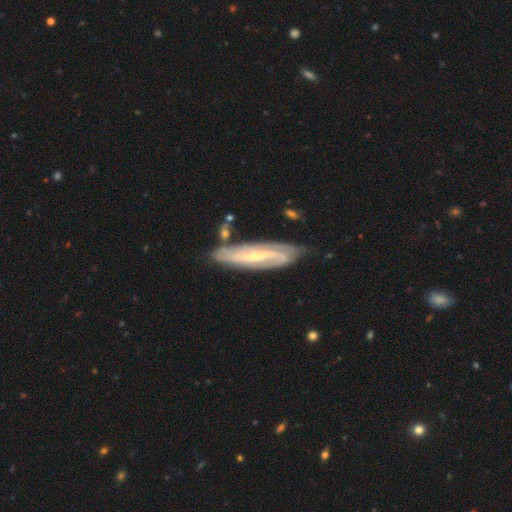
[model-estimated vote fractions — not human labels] Smooth or featured: featured or disk — 80% (smooth — 15%)
Edge-on disk: no — 78% (yes — 22%)
Bar: weak — 40% (strong — 34%)
Spiral arms: yes — 93% (no — 7%)
Spiral winding: medium — 40% (tight — 37%)
Spiral arm count: 2 — 68% (can't tell — 19%)
Bulge size: small — 66% (moderate — 27%)
Merging: none — 71% (minor disturbance — 19%)